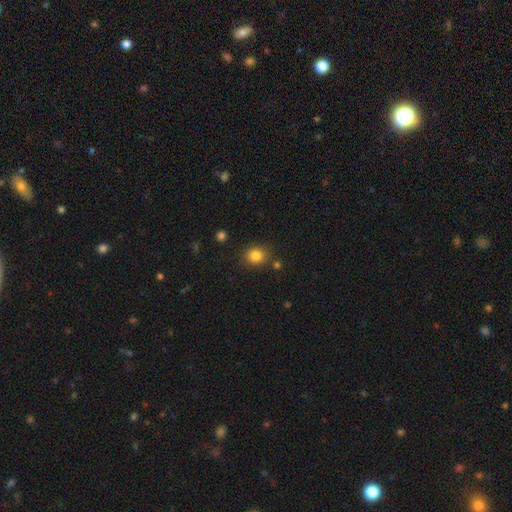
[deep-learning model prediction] Smooth or featured?
  - smooth: 83% *
  - star or artifact: 11%
  - featured or disk: 6%
How rounded?
  - round: 72% *
  - in between: 27%
  - cigar-shaped: 1%
Merging?
  - none: 83% *
  - minor disturbance: 10%
  - merger: 4%
  - major disturbance: 3%